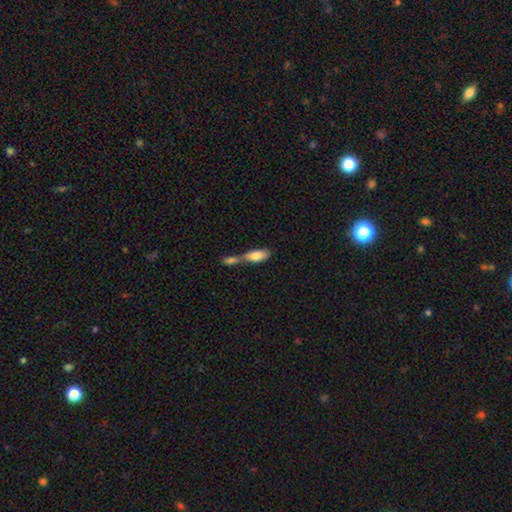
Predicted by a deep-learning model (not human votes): smooth_or_featured: smooth (p=0.79) [alt: featured or disk p=0.14]
how_rounded: in between (p=0.78) [alt: cigar-shaped p=0.20]
merging: merger (p=0.72) [alt: none p=0.17]